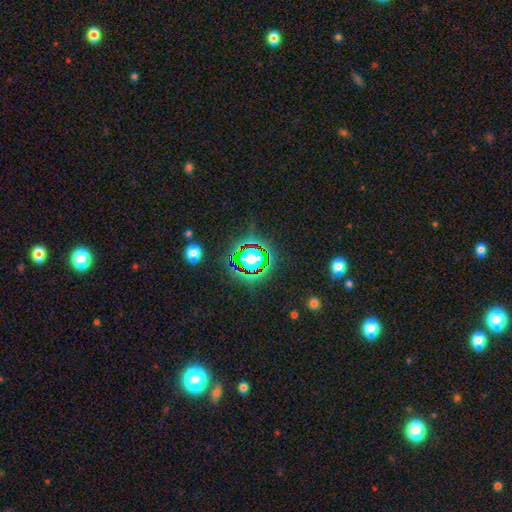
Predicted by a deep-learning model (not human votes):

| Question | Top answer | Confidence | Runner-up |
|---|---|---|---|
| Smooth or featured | star or artifact | 81% | smooth (12%) |